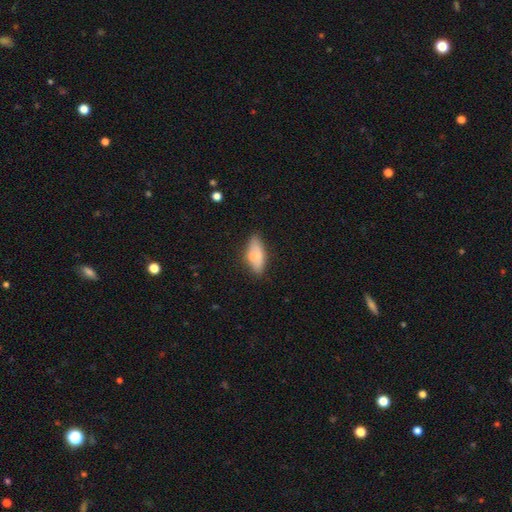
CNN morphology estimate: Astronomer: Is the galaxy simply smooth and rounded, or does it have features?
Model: smooth — 74%.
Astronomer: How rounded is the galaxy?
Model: in between — 78%.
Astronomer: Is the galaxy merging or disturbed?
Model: none — 69%.